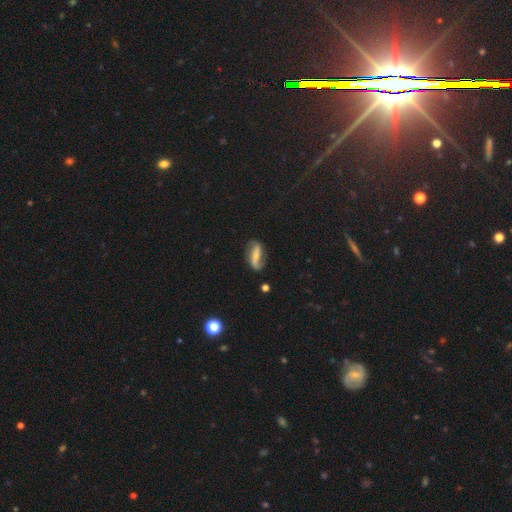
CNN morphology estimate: smooth-or-featured: featured or disk: 64% | smooth: 28% | star or artifact: 8%
  disk-edge-on: no: 90% | yes: 10%
    bar: strong: 52% | weak: 27% | no: 22%
    has-spiral-arms: yes: 88% | no: 12%
      spiral-winding: loose: 61% | medium: 25% | tight: 13%
      spiral-arm-count: 2: 82% | 1: 10% | can't tell: 5% | 3: 1% | 4: 1% | more than 4: 1%
    bulge-size: small: 44% | none: 26% | moderate: 23% | large: 5% | dominant: 2%
  merging: none: 66% | minor disturbance: 21% | major disturbance: 9% | merger: 3%